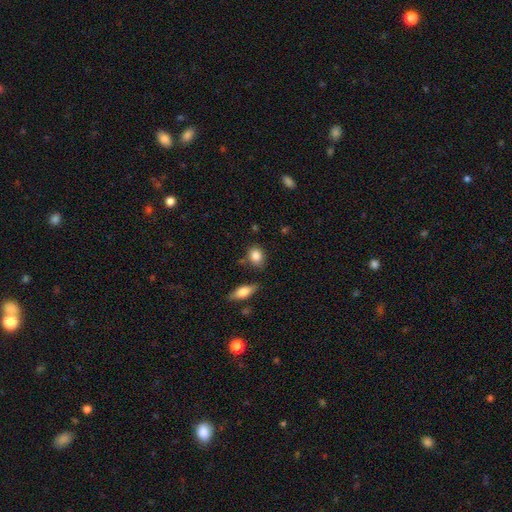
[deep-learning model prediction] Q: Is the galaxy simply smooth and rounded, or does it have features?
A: smooth — 85%.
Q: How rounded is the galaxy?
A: in between — 49%, tied with round.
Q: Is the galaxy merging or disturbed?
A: none — 75%.